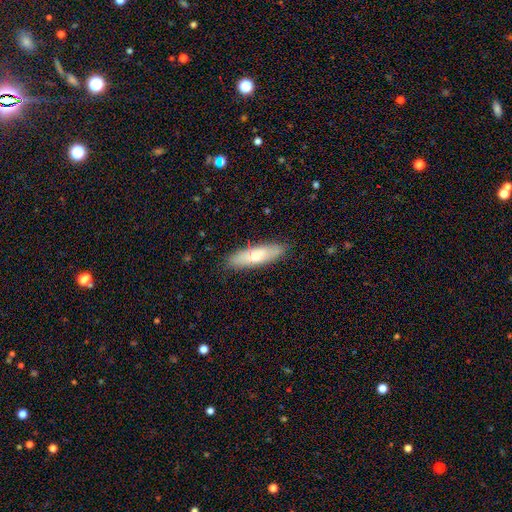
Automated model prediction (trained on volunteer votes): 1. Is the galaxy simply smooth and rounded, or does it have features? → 74% smooth, 20% featured or disk, 6% star or artifact.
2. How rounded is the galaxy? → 62% cigar-shaped, 36% in between, 2% round.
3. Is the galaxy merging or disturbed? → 85% none, 11% minor disturbance, 2% major disturbance, 1% merger.